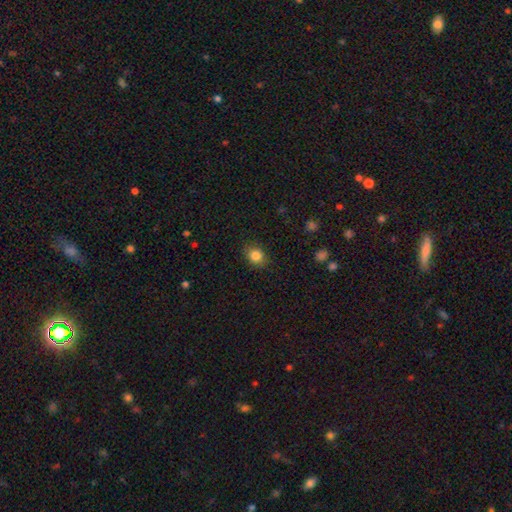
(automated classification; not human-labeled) This is clearly a smooth galaxy (85%). How rounded: possibly round (57%). Merging: clearly none (85%).